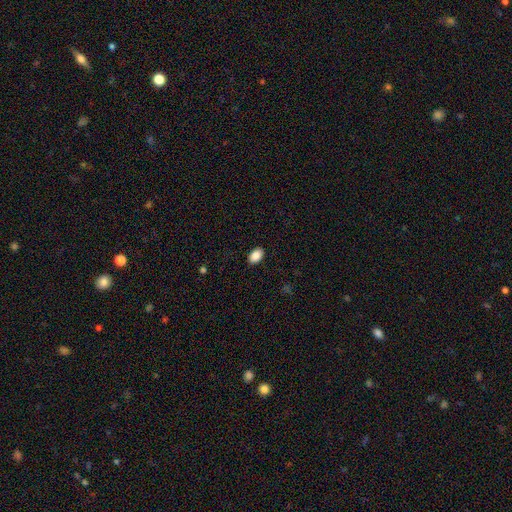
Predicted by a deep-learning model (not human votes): A smooth galaxy with no disk features (89%) that is in between round and cigar-shaped (87%). Merging: none (89%).